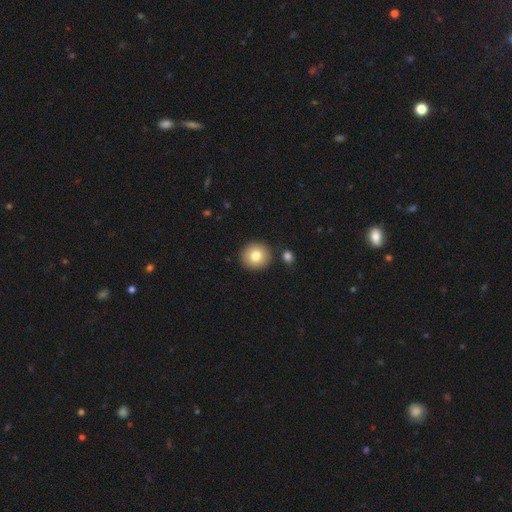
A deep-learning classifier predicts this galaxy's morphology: Overall: smooth (80%). How rounded: round (93%). Merging: none (88%).